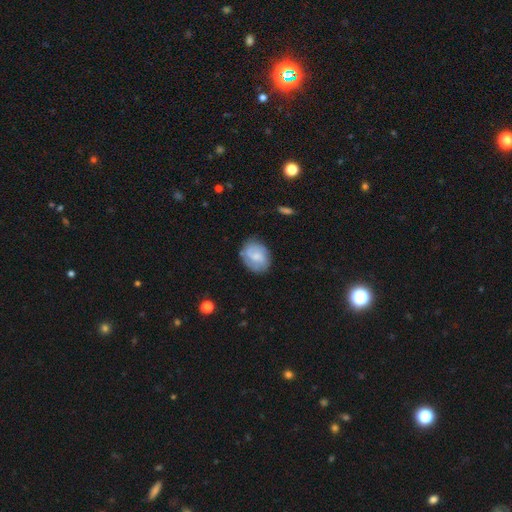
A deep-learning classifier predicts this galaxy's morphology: This appears to be a featured or disk galaxy (47%). Merging: none (74%).